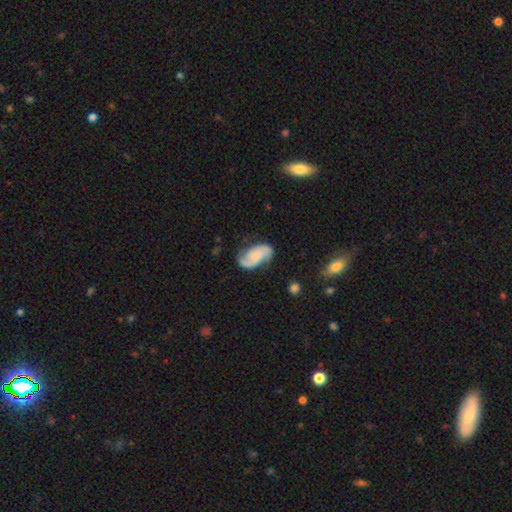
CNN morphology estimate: A featured or disk galaxy (70%) with no bar (64%), 2 (85%) medium (41%) spiral arms (94%) and no central bulge (41%).

Vote fractions:
- Smooth or featured? featured or disk: 70% / smooth: 24% / star or artifact: 7%
- Edge-on disk? no: 97% / yes: 3%
- Bar? no: 64% / weak: 28% / strong: 8%
- Spiral arms? yes: 94% / no: 6%
- Spiral winding? medium: 41% / loose: 36% / tight: 23%
- Spiral arm count? 2: 85% / 1: 6% / can't tell: 5% / 3: 1% / 4: 1% / more than 4: 1%
- Bulge size? none: 41% / small: 40% / moderate: 14% / large: 4% / dominant: 2%
- Merging? none: 64% / minor disturbance: 23% / major disturbance: 10% / merger: 3%